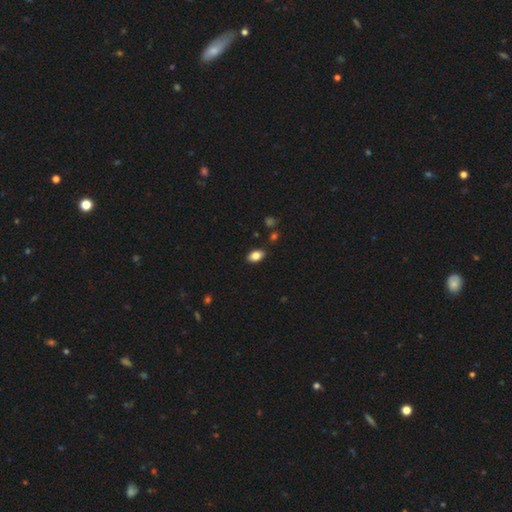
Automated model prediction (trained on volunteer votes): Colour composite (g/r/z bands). It shows a smooth galaxy with no disk features (83%) that is in between round and cigar-shaped (90%). Merging: none (87%).